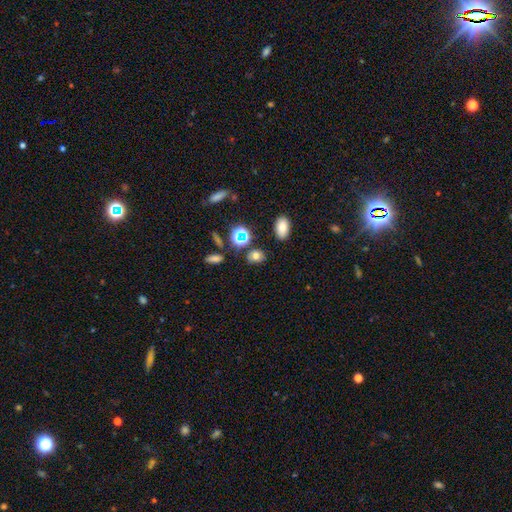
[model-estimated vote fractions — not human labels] Morphology: type=smooth (66%); roundness=in between (64%); merging=none (73%).